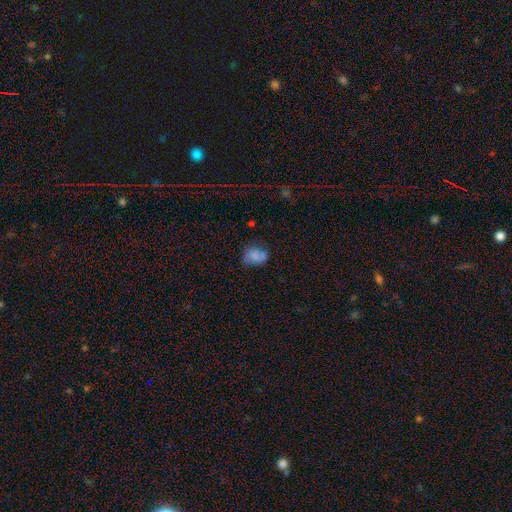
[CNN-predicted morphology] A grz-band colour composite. It shows a smooth galaxy with no disk features (70%) that is in between round and cigar-shaped (59%). Merging: none (54%).